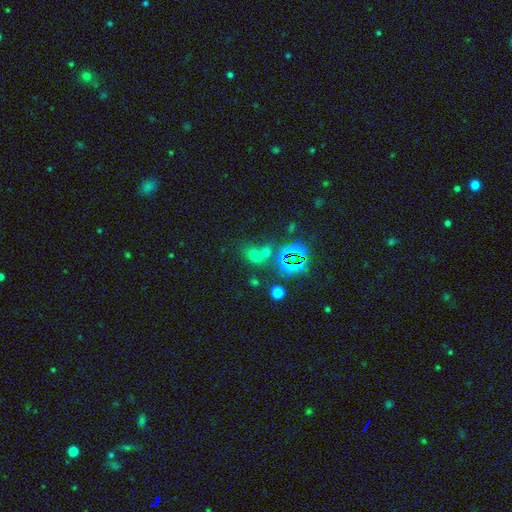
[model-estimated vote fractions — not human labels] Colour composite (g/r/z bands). It shows a smooth galaxy with no disk features (52%) that is in between round and cigar-shaped (50%). Merging: none (51%).